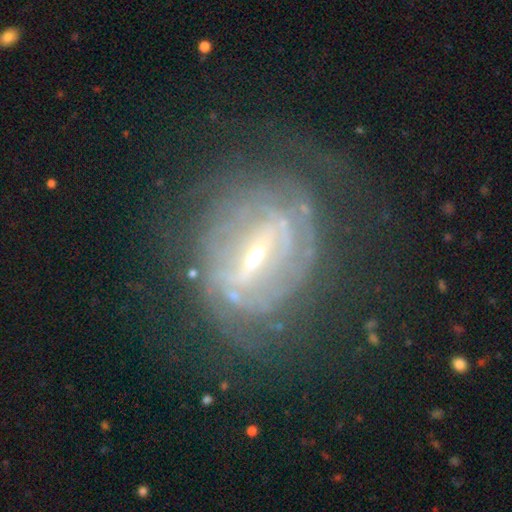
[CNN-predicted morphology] This is clearly a featured or disk galaxy (82%). It is clearly not viewed edge-on (91%). Bar: possibly strong (54%). Spiral arm pattern: likely yes (80%). Spiral arm count: possibly can't tell (50%). Spiral winding: possibly tight (60%). Central bulge: likely small (62%). Merging: likely none (61%).